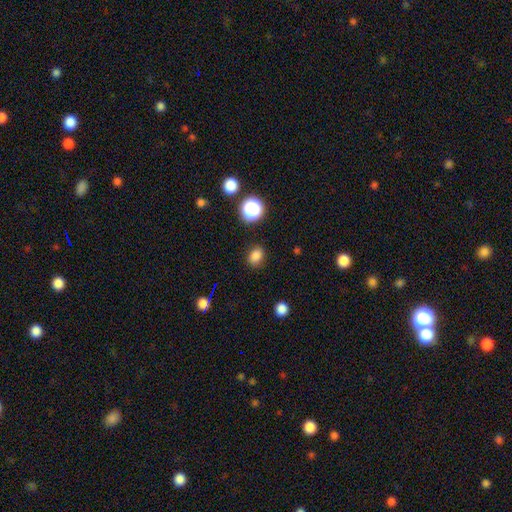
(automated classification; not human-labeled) A smooth galaxy with no disk features (82%) that is in between round and cigar-shaped (56%).

Vote fractions:
- Smooth or featured? smooth: 82% / star or artifact: 14% / featured or disk: 4%
- How rounded? in between: 56% / round: 43% / cigar-shaped: 1%
- Merging? none: 84% / minor disturbance: 11% / major disturbance: 3% / merger: 2%